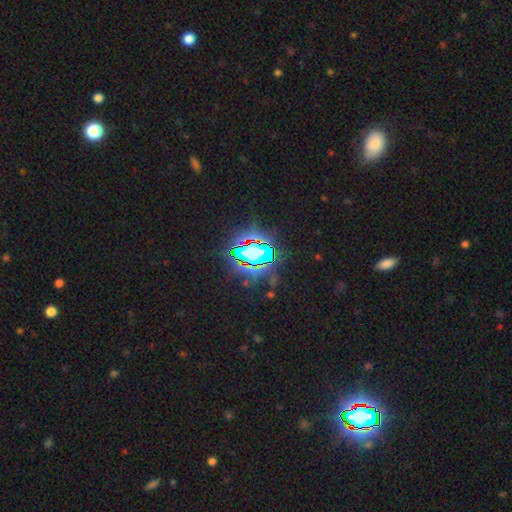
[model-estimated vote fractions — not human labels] This appears to be a star or artifact, not a galaxy (70%).